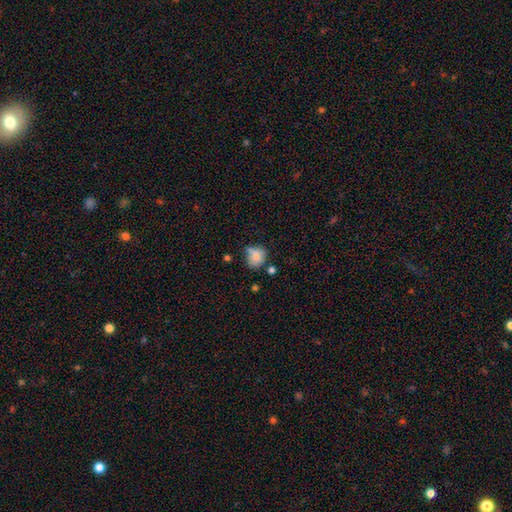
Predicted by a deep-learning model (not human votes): Smooth or featured? Predicted: smooth (p=0.75). How rounded? Predicted: round (p=0.62). Merging? Predicted: none (p=0.42).